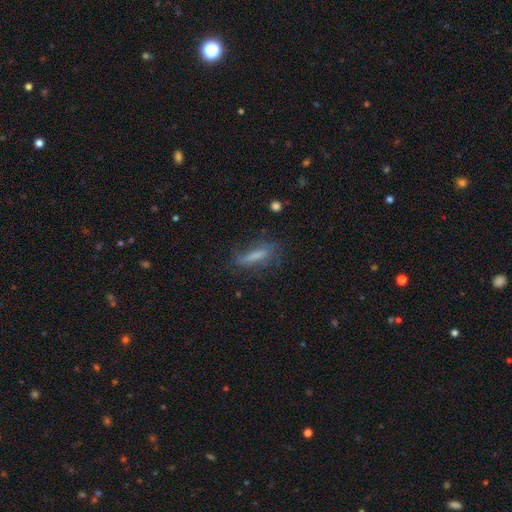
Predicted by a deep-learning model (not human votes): This is possibly a smooth galaxy (59%). How rounded: likely cigar-shaped (75%). Merging: likely none (65%).